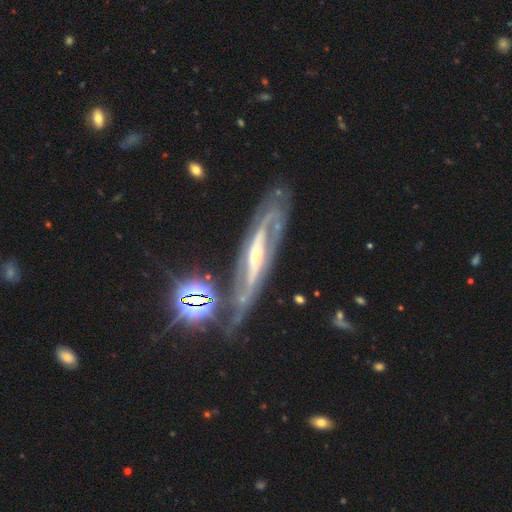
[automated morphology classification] Smooth or featured?
  - featured or disk: 86% *
  - star or artifact: 8%
  - smooth: 6%
Edge-on disk?
  - no: 77% *
  - yes: 23%
Bar?
  - strong: 51% *
  - weak: 27%
  - no: 22%
Spiral arms?
  - yes: 94% *
  - no: 6%
Spiral winding?
  - medium: 47% *
  - tight: 33%
  - loose: 21%
Spiral arm count?
  - 2: 81% *
  - can't tell: 10%
  - 3: 3%
  - 1: 3%
  - 4: 2%
  - more than 4: 2%
Bulge size?
  - small: 62% *
  - moderate: 32%
  - large: 2%
  - none: 2%
  - dominant: 1%
Merging?
  - none: 68% *
  - minor disturbance: 18%
  - major disturbance: 9%
  - merger: 5%